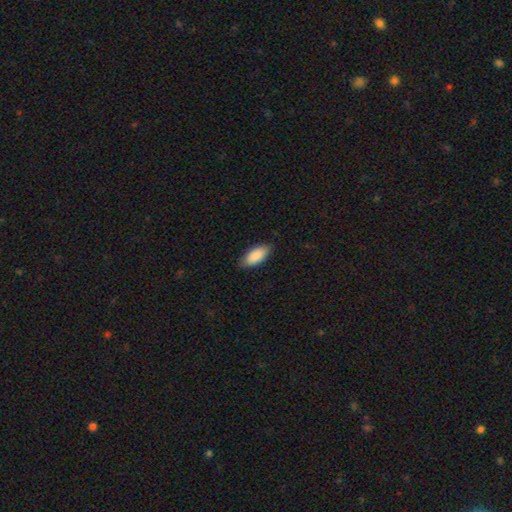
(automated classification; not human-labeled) The model was most divided on "merging": none: 79%, minor disturbance: 17%, major disturbance: 3%, merger: 1%. More confident: how rounded — in between (90%); smooth or featured — smooth (89%).